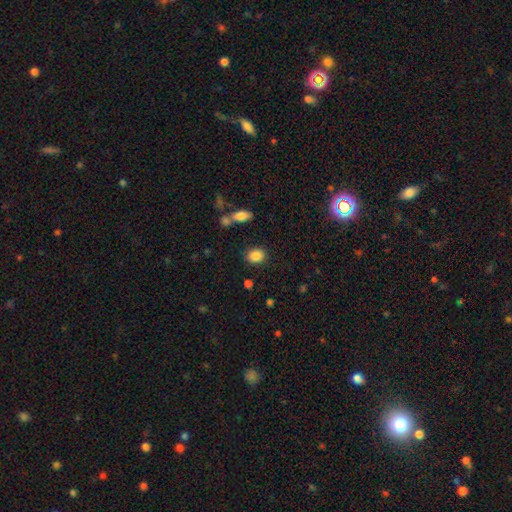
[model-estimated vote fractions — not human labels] Smooth or featured? Predicted: smooth (p=0.86). How rounded? Predicted: in between (p=0.62). Merging? Predicted: none (p=0.83).